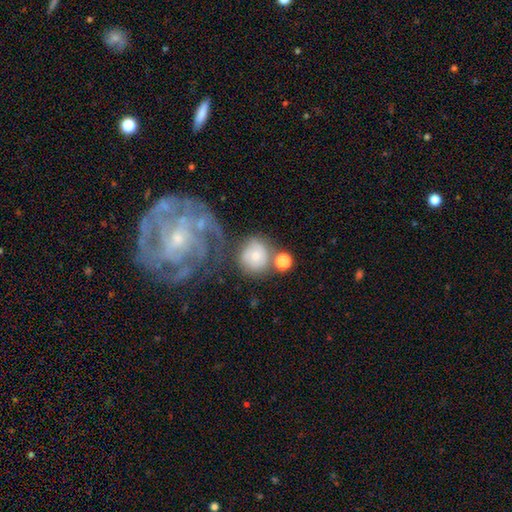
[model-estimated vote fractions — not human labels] Morphology: type=smooth (60%); roundness=round (85%); merging=none (49%).